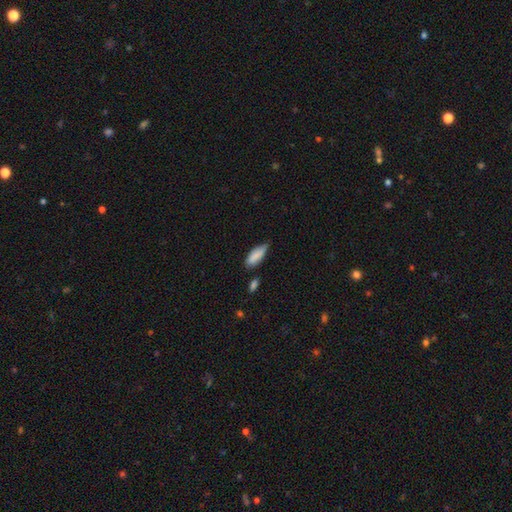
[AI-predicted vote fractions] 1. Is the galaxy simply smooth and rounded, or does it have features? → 83% smooth, 10% featured or disk, 6% star or artifact.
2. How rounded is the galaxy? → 72% in between, 26% cigar-shaped, 2% round.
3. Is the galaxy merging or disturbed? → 59% none, 32% minor disturbance, 5% major disturbance, 5% merger.